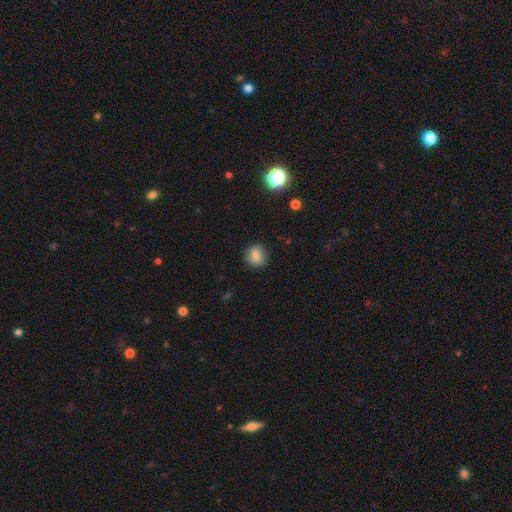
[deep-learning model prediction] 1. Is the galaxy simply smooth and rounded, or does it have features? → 78% smooth, 11% star or artifact, 11% featured or disk.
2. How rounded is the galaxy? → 85% round, 14% in between, 1% cigar-shaped.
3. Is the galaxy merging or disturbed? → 86% none, 10% minor disturbance, 2% major disturbance, 1% merger.